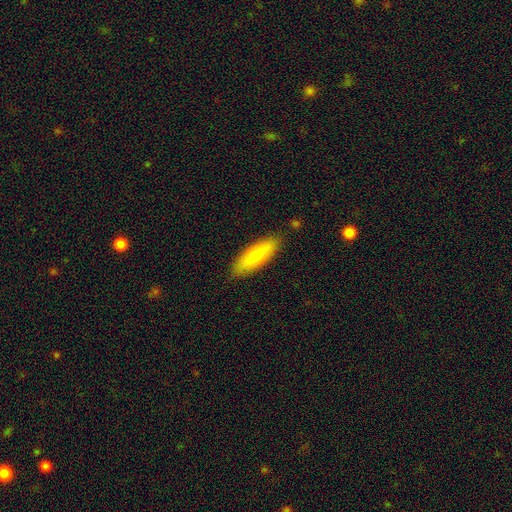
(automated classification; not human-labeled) smooth_or_featured: smooth (p=0.72) [alt: featured or disk p=0.22]
how_rounded: in between (p=0.54) [alt: cigar-shaped p=0.44]
merging: none (p=0.87) [alt: minor disturbance p=0.10]